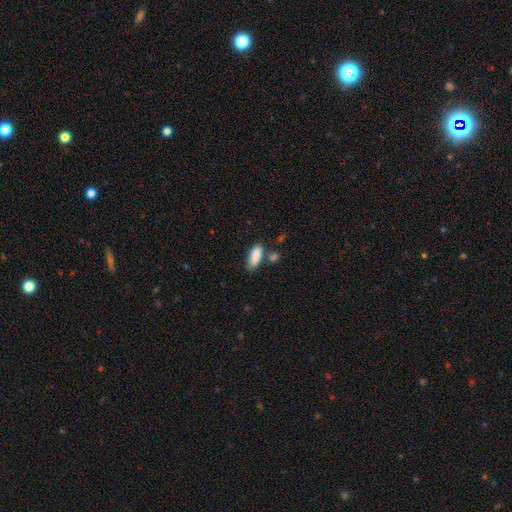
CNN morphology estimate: A smooth galaxy with no disk features (87%) that is in between round and cigar-shaped (82%).

Vote fractions:
- Smooth or featured? smooth: 87% / star or artifact: 6% / featured or disk: 6%
- How rounded? in between: 82% / cigar-shaped: 16% / round: 2%
- Merging? none: 63% / minor disturbance: 20% / merger: 12% / major disturbance: 5%